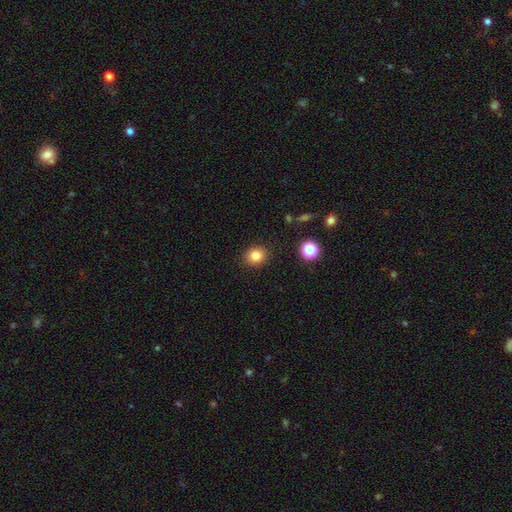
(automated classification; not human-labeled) This appears to be a smooth galaxy with no disk features (82%) that is round (72%). Merging: none (89%).